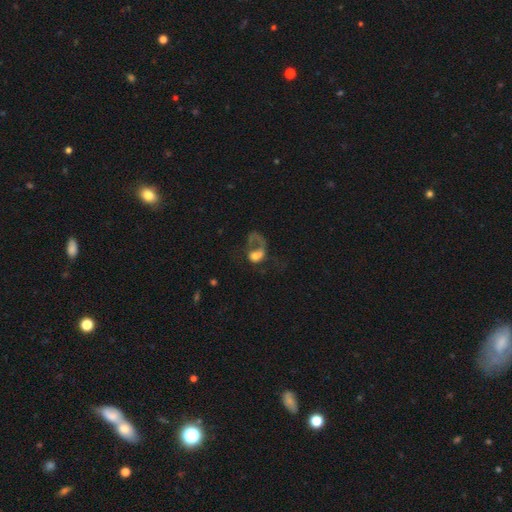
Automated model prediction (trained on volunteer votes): Overall: featured or disk (47%; smooth 41%). Merging: major disturbance (64%).